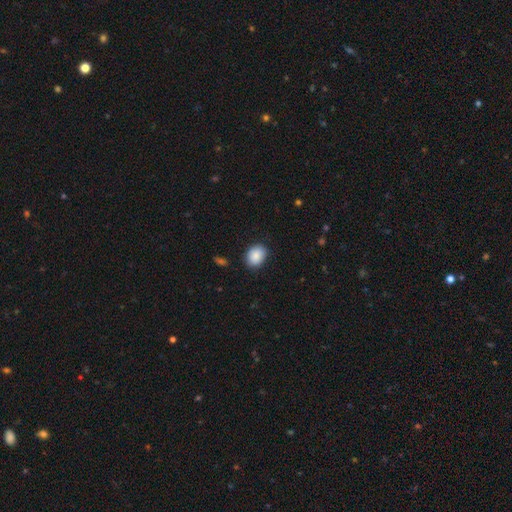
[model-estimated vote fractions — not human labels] A smooth galaxy with no disk features (89%) that is in between round and cigar-shaped (60%). Merging: none (85%).